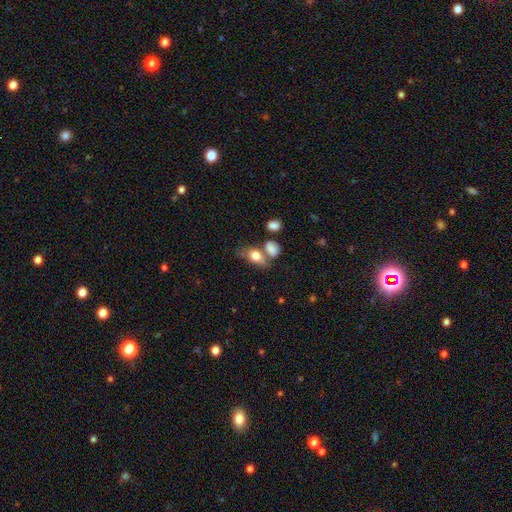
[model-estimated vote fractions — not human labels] smooth 76%, featured or disk 16%, star or artifact 8%. Down the decision tree: how rounded — in between (82%); merging — none (41%).